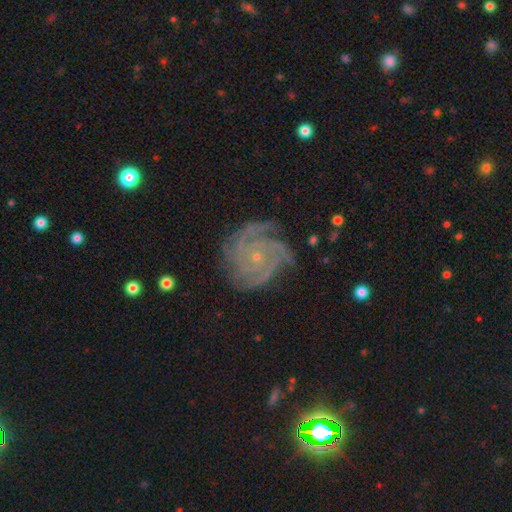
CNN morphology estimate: Smooth or featured?
  - featured or disk: 89% *
  - star or artifact: 7%
  - smooth: 4%
Edge-on disk?
  - no: 98% *
  - yes: 2%
Bar?
  - no: 78% *
  - weak: 17%
  - strong: 5%
Spiral arms?
  - yes: 98% *
  - no: 2%
Spiral winding?
  - tight: 73% *
  - medium: 24%
  - loose: 3%
Spiral arm count?
  - 4: 32% *
  - 3: 30%
  - can't tell: 12%
  - 2: 10%
  - more than 4: 9%
  - 1: 7%
Bulge size?
  - small: 81% *
  - moderate: 15%
  - none: 2%
  - large: 1%
  - dominant: 1%
Merging?
  - none: 76% *
  - minor disturbance: 17%
  - major disturbance: 6%
  - merger: 1%